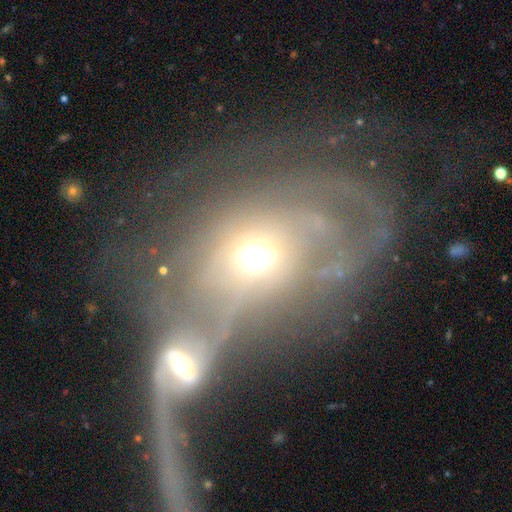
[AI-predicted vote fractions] Smooth or featured: smooth — 45% (featured or disk — 30%)
Merging: none — 57% (major disturbance — 17%)